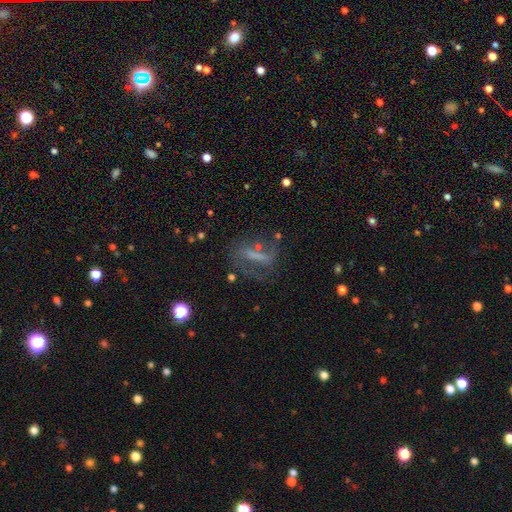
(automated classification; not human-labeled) The model was most divided on "smooth or featured": featured or disk: 53%, smooth: 30%, star or artifact: 17%. Remaining: edge-on disk — no (79%); merging — none (50%).